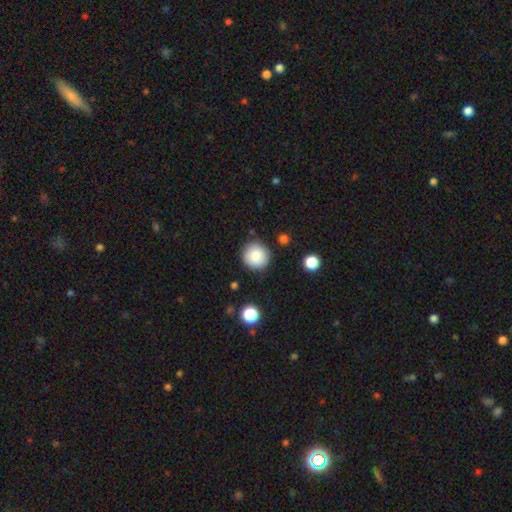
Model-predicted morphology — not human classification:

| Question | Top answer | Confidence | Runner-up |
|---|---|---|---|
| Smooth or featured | smooth | 85% | star or artifact (9%) |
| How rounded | round | 93% | in between (6%) |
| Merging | none | 87% | minor disturbance (8%) |